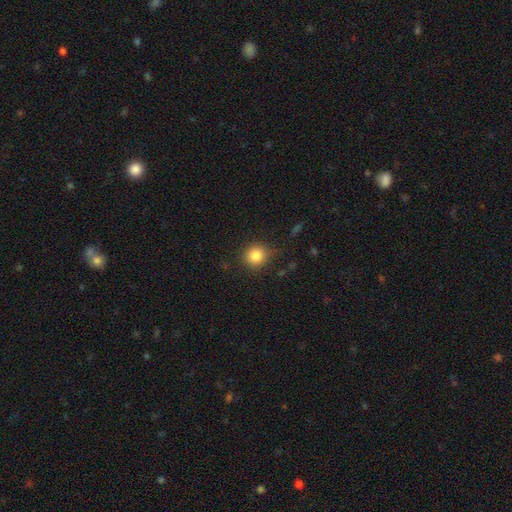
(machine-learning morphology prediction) A smooth galaxy with no disk features (84%) that is round (89%). Merging: none (83%).